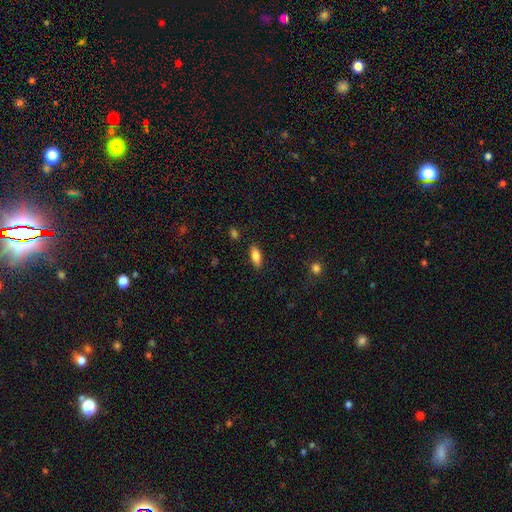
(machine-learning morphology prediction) smooth_or_featured: smooth (p=0.81) [alt: featured or disk p=0.12]
how_rounded: in between (p=0.76) [alt: cigar-shaped p=0.22]
merging: none (p=0.87) [alt: minor disturbance p=0.10]